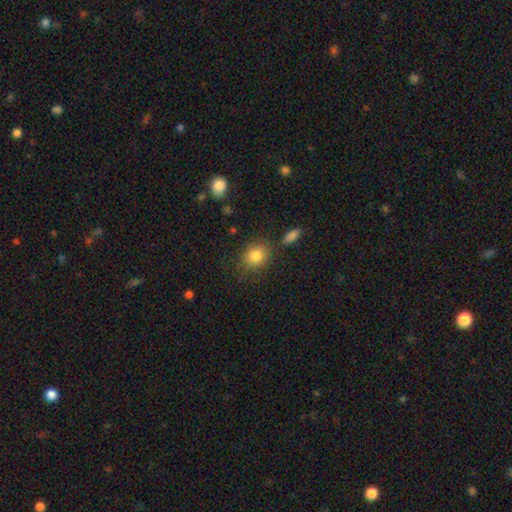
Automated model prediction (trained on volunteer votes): Smooth or featured?
  - smooth: 82% *
  - star or artifact: 10%
  - featured or disk: 8%
How rounded?
  - round: 59% *
  - in between: 40%
  - cigar-shaped: 1%
Merging?
  - none: 76% *
  - minor disturbance: 14%
  - merger: 5%
  - major disturbance: 5%